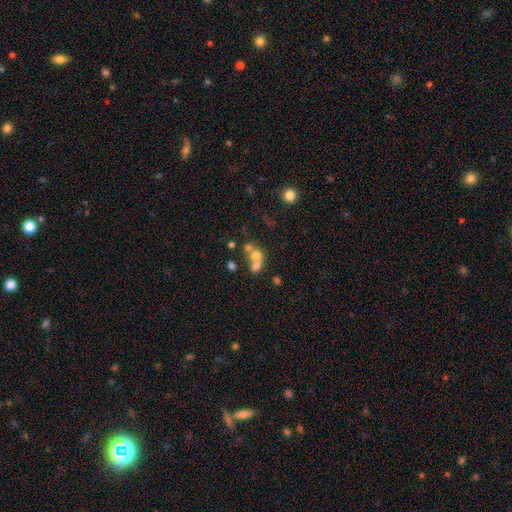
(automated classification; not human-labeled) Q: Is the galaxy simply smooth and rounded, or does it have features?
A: smooth — 64%.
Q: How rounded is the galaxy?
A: round — 65%.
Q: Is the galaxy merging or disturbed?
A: merger — 63%.